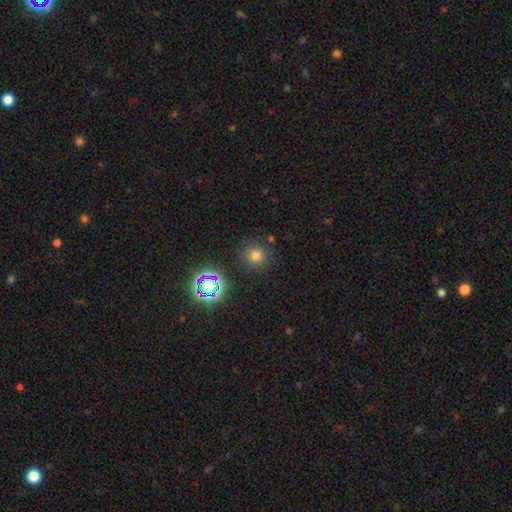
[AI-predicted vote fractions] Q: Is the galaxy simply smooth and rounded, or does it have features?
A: smooth — 71%.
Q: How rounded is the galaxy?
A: round — 93%.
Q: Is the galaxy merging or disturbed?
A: none — 87%.